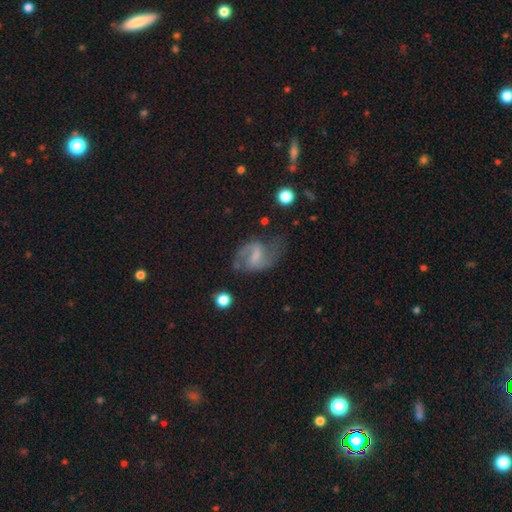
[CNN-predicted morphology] Smooth or featured? featured or disk (78%)
Edge-on disk? no (98%)
Bar? weak (53%)
Spiral arms? yes (92%)
Spiral winding? medium (46%)
Spiral arm count? 2 (87%)
Bulge size? none (45%)
Merging? none (57%)